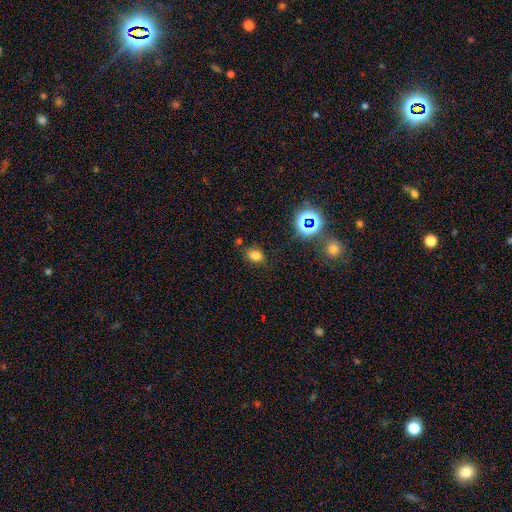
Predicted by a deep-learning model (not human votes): This is likely a smooth galaxy (74%). How rounded: possibly in between (57%). Merging: likely none (75%).